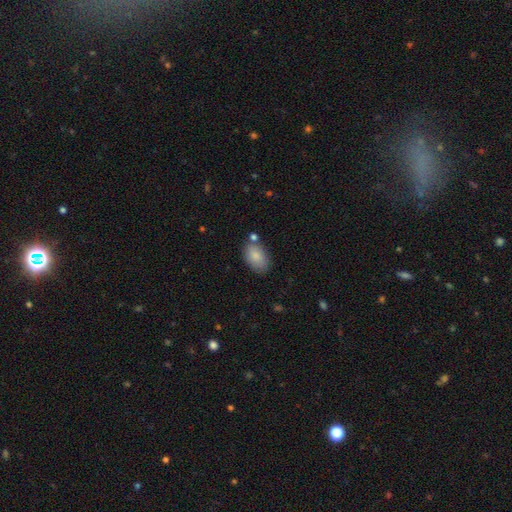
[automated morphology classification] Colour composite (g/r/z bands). It shows a smooth galaxy with no disk features (86%) that is in between round and cigar-shaped (92%). Merging: none (71%).